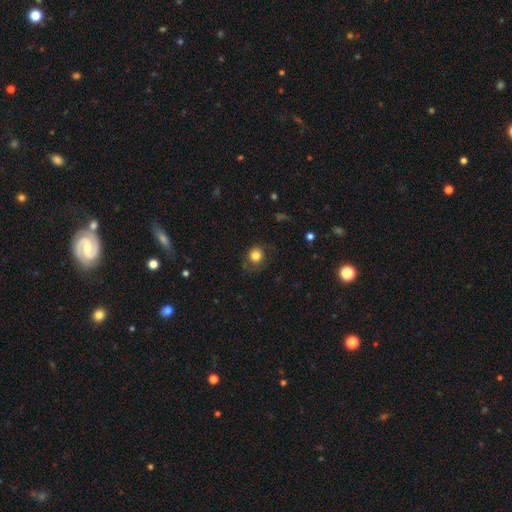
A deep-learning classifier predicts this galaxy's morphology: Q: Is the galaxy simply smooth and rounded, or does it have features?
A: smooth — 81%.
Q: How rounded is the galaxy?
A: round — 81%.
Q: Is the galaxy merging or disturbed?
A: none — 71%.